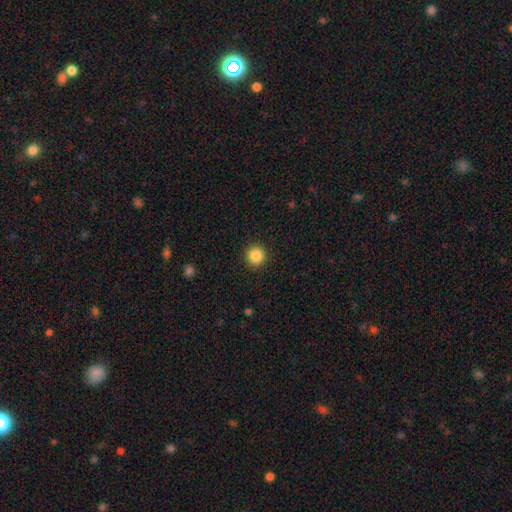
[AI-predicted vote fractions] Smooth or featured? Predicted: smooth (p=0.87). How rounded? Predicted: round (p=0.95). Merging? Predicted: none (p=0.93).